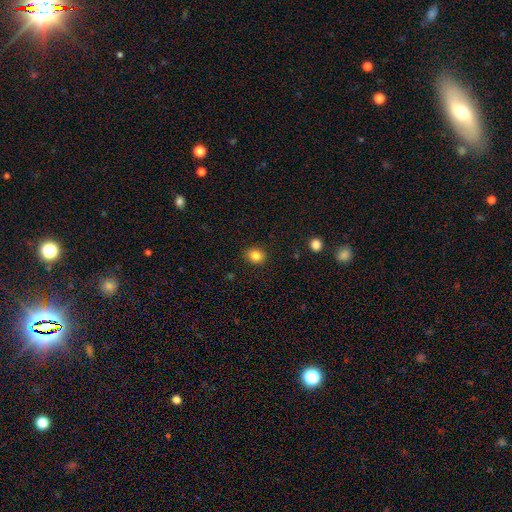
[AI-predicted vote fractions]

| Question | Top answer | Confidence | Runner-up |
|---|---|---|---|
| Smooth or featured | smooth | 84% | star or artifact (11%) |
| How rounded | round | 69% | in between (30%) |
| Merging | none | 89% | minor disturbance (8%) |